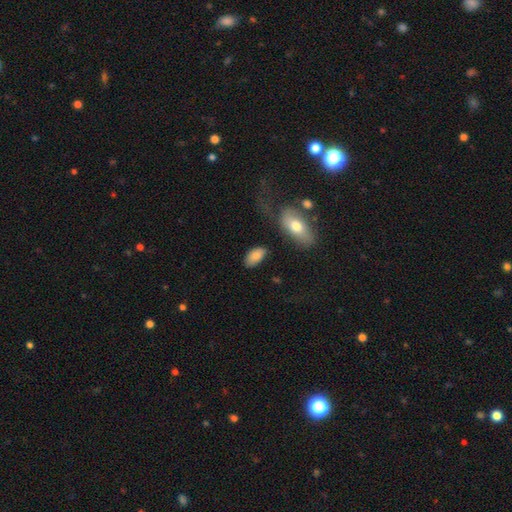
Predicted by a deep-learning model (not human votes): Smooth or featured? Predicted: smooth (p=0.86). How rounded? Predicted: in between (p=0.93). Merging? Predicted: none (p=0.76).